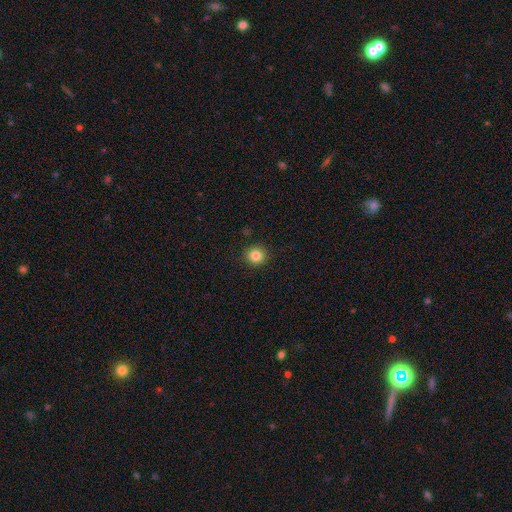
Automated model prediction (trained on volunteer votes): The model was most divided on "smooth or featured": smooth: 84%, star or artifact: 11%, featured or disk: 5%. More confident: merging — none (92%); how rounded — round (91%).